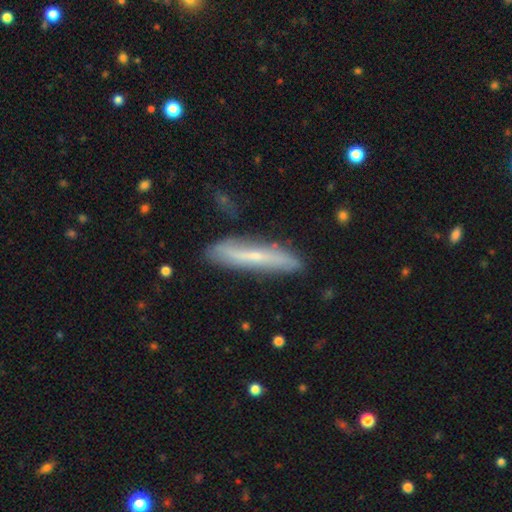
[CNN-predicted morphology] Q: Smooth or featured?
A: featured or disk (49%); runner-up: smooth (45%)
Q: Merging?
A: none (74%); runner-up: minor disturbance (17%)